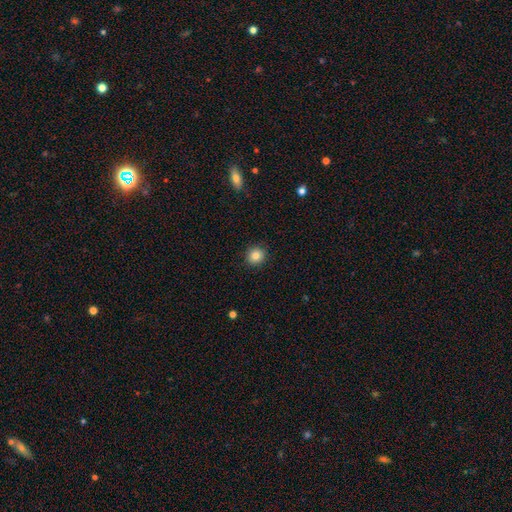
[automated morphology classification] Smooth or featured: smooth — 84% (star or artifact — 10%)
How rounded: round — 91% (in between — 8%)
Merging: none — 91% (minor disturbance — 6%)